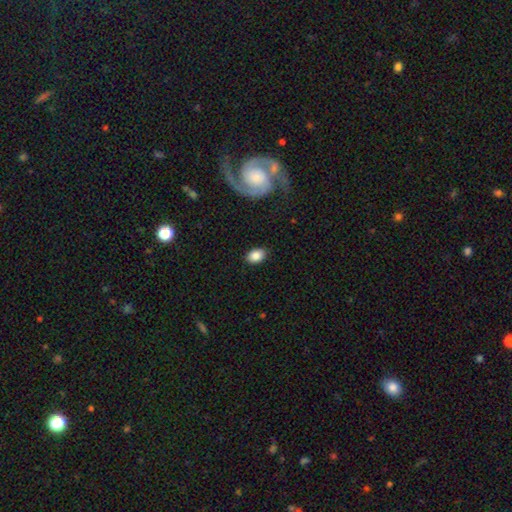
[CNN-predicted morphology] Q: Smooth or featured?
A: smooth (85%); runner-up: star or artifact (8%)
Q: How rounded?
A: in between (82%); runner-up: round (17%)
Q: Merging?
A: none (86%); runner-up: minor disturbance (10%)